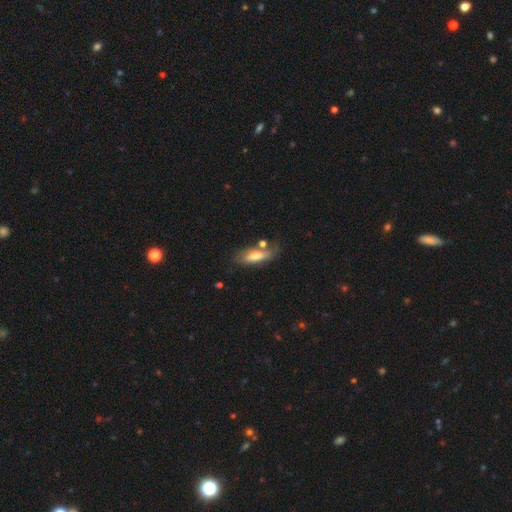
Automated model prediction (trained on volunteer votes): smooth-or-featured: smooth: 65% | featured or disk: 29% | star or artifact: 7%
  how-rounded: in between: 58% | cigar-shaped: 40% | round: 3%
  merging: none: 65% | minor disturbance: 19% | merger: 10% | major disturbance: 6%